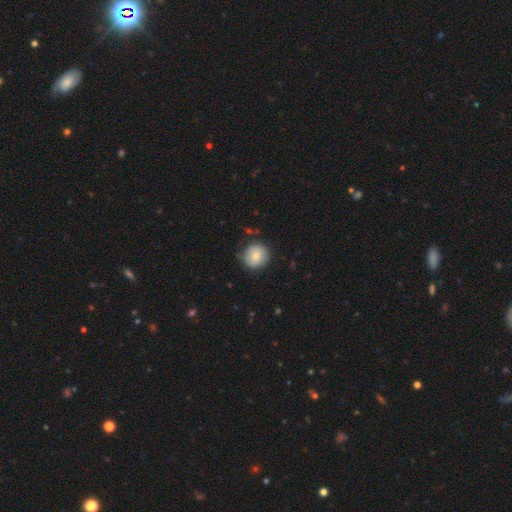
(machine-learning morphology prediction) Smooth or featured? Predicted: smooth (p=0.74). How rounded? Predicted: round (p=0.90). Merging? Predicted: none (p=0.79).